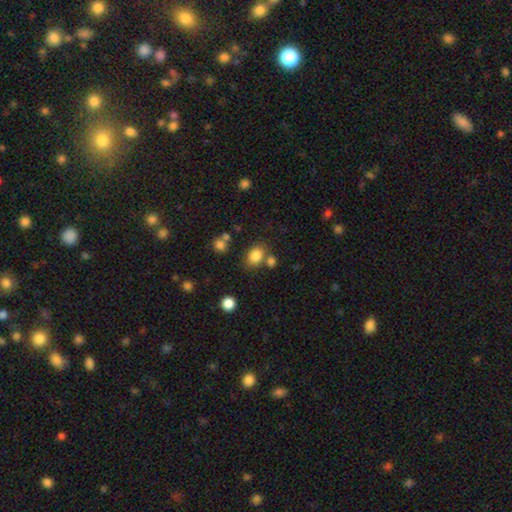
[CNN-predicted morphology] Smooth or featured?
  - smooth: 83% *
  - star or artifact: 11%
  - featured or disk: 6%
How rounded?
  - in between: 60% *
  - round: 39%
  - cigar-shaped: 1%
Merging?
  - none: 67% *
  - merger: 16%
  - minor disturbance: 12%
  - major disturbance: 4%